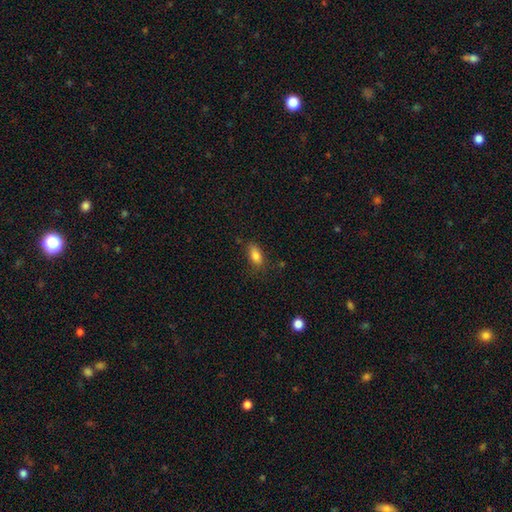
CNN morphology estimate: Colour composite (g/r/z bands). It shows a smooth galaxy with no disk features (83%) that is in between round and cigar-shaped (86%). Merging: none (73%).